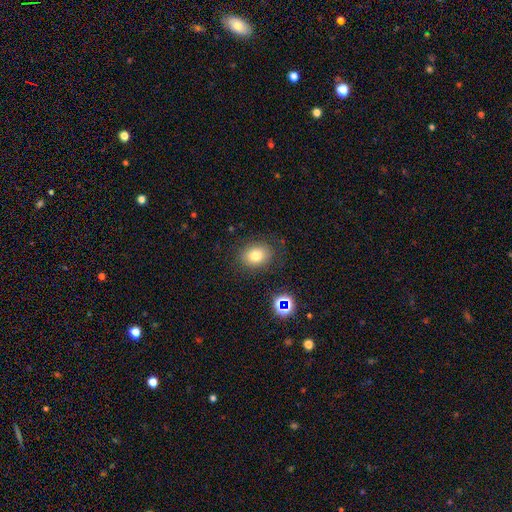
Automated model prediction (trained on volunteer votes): Q: Smooth or featured?
A: smooth (76%); runner-up: star or artifact (13%)
Q: How rounded?
A: in between (52%); runner-up: round (47%)
Q: Merging?
A: none (81%); runner-up: minor disturbance (12%)